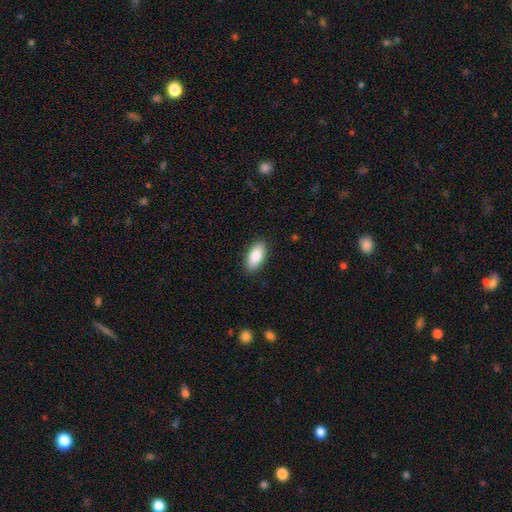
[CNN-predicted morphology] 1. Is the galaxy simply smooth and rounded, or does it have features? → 86% smooth, 8% featured or disk, 6% star or artifact.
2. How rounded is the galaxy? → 91% in between, 7% cigar-shaped, 2% round.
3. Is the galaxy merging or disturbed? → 89% none, 8% minor disturbance, 2% major disturbance, 1% merger.